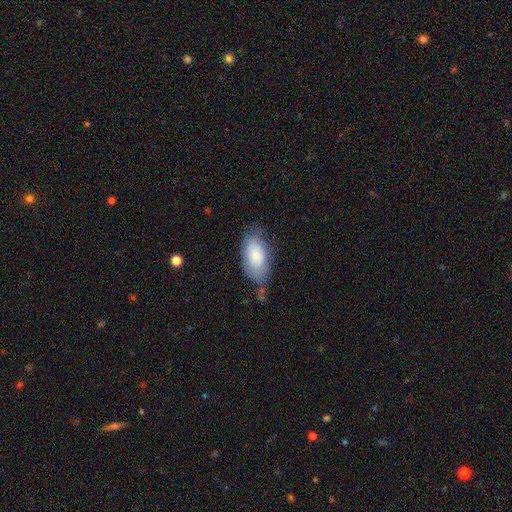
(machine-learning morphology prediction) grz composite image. It shows a smooth galaxy with no disk features (79%) that is in between round and cigar-shaped (93%). Merging: none (55%).